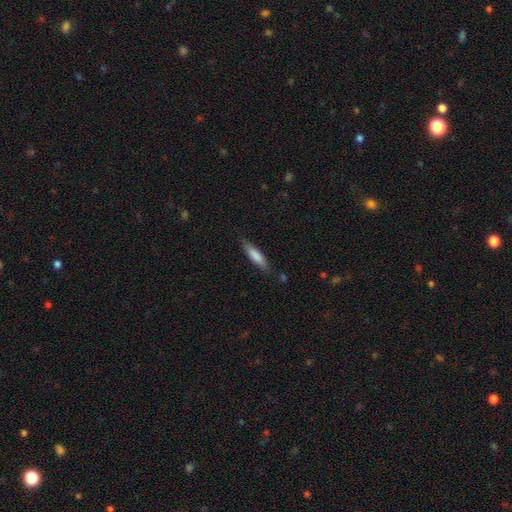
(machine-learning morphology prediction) The model was most divided on "how rounded": cigar-shaped: 71%, in between: 28%, round: 2%. More confident: merging — none (79%); smooth or featured — smooth (76%).